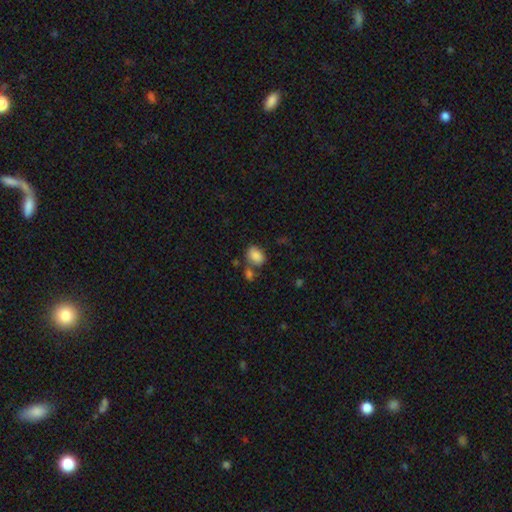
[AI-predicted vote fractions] Overall: smooth (85%). How rounded: in between (81%). Merging: none (56%; merger 23%).